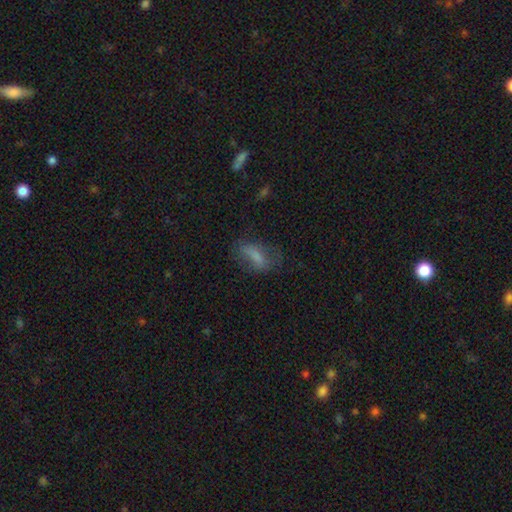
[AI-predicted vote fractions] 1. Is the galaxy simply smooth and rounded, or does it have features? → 63% smooth, 26% featured or disk, 11% star or artifact.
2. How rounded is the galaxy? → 77% in between, 17% cigar-shaped, 6% round.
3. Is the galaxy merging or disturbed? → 54% none, 24% minor disturbance, 19% major disturbance, 2% merger.